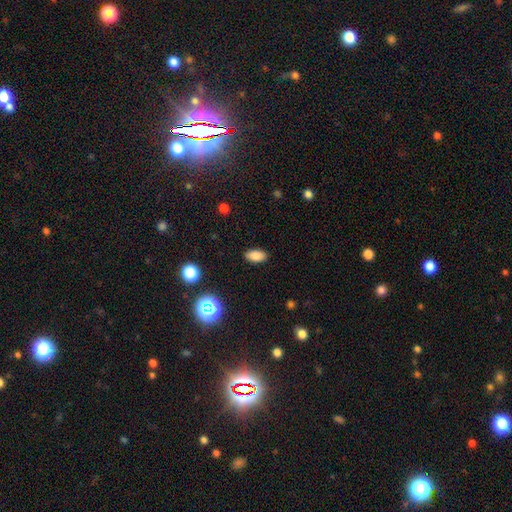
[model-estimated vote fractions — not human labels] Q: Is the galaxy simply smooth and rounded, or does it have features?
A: smooth — 83%.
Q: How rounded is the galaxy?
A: in between — 91%.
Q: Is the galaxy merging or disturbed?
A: none — 89%.